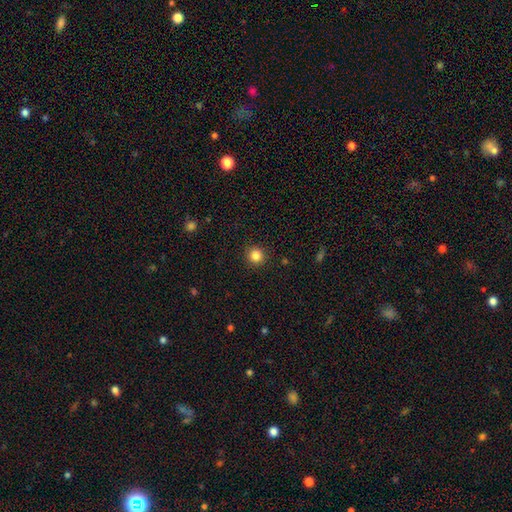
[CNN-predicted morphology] smooth 84%, star or artifact 11%, featured or disk 4%. Down the decision tree: how rounded — round (95%); merging — none (91%).